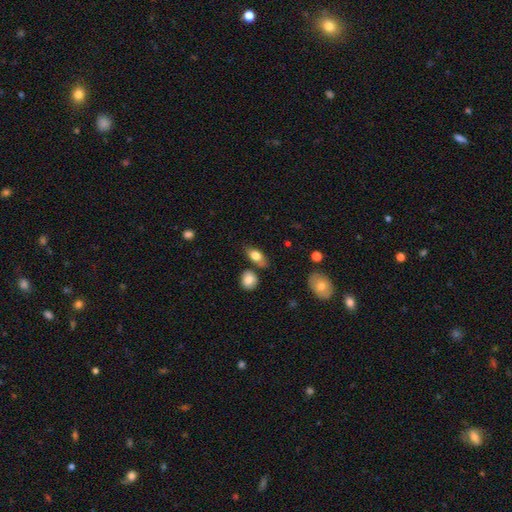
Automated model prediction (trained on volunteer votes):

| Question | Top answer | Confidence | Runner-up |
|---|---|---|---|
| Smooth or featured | smooth | 77% | featured or disk (16%) |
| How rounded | in between | 83% | round (10%) |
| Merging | none | 67% | minor disturbance (16%) |